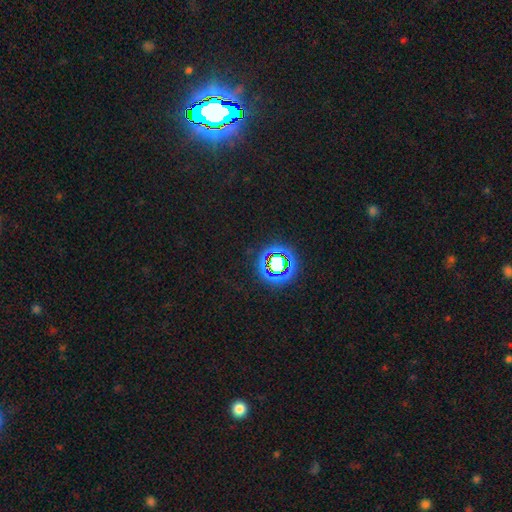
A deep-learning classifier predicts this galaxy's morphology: Smooth or featured: star or artifact — 77% (smooth — 16%)